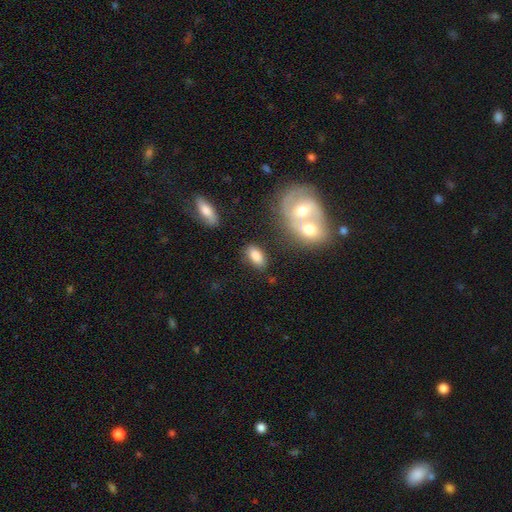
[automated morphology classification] Q: Smooth or featured?
A: smooth (82%); runner-up: featured or disk (10%)
Q: How rounded?
A: in between (91%); runner-up: round (5%)
Q: Merging?
A: none (75%); runner-up: minor disturbance (13%)